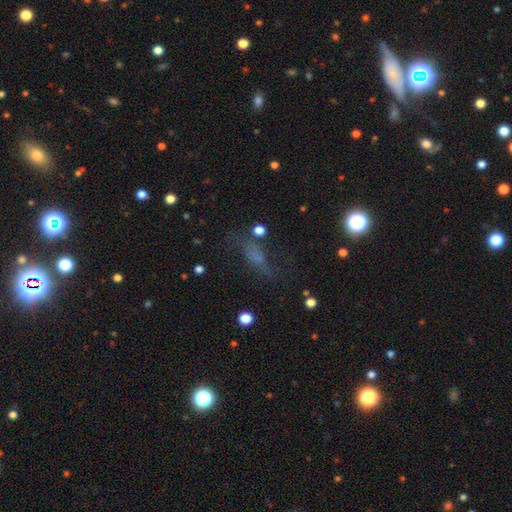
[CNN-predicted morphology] Smooth or featured?
  - smooth: 44% *
  - featured or disk: 30%
  - star or artifact: 26%
Merging?
  - none: 54% *
  - major disturbance: 21%
  - minor disturbance: 21%
  - merger: 4%